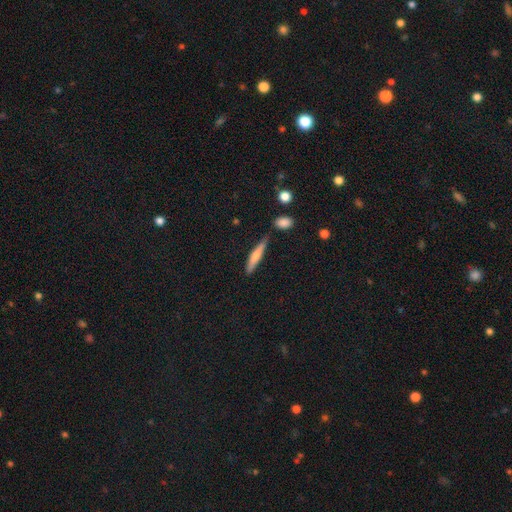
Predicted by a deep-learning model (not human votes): Smooth or featured? smooth (65%)
How rounded? cigar-shaped (89%)
Merging? none (76%)